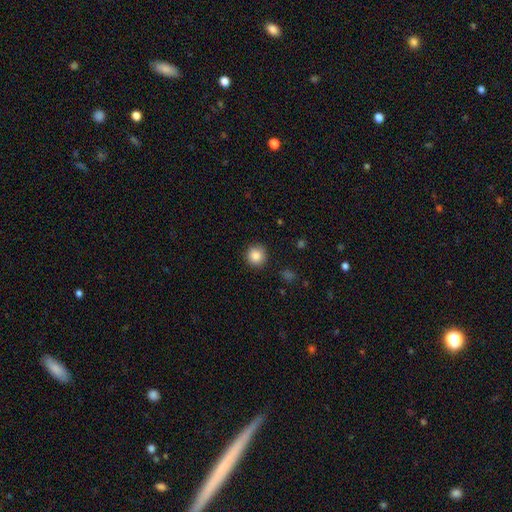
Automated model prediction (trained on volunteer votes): Smooth or featured?
  - smooth: 87% *
  - star or artifact: 9%
  - featured or disk: 4%
How rounded?
  - round: 93% *
  - in between: 6%
  - cigar-shaped: 1%
Merging?
  - none: 90% *
  - minor disturbance: 7%
  - major disturbance: 2%
  - merger: 1%